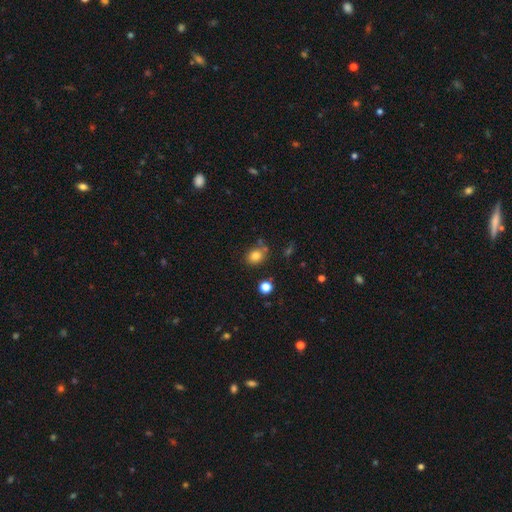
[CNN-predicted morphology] Smooth or featured? smooth (80%)
How rounded? round (60%)
Merging? none (69%)